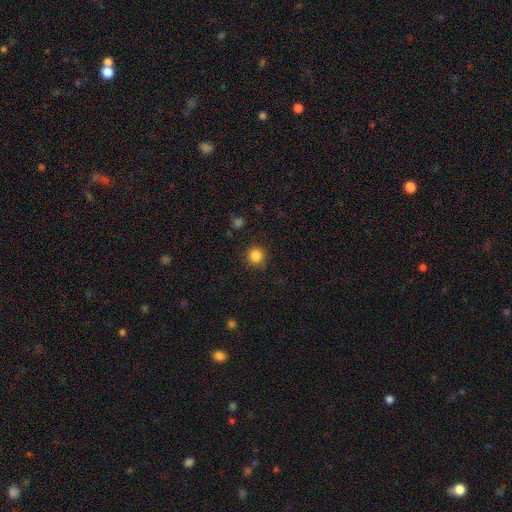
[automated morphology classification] Smooth or featured? smooth (85%)
How rounded? round (93%)
Merging? none (88%)